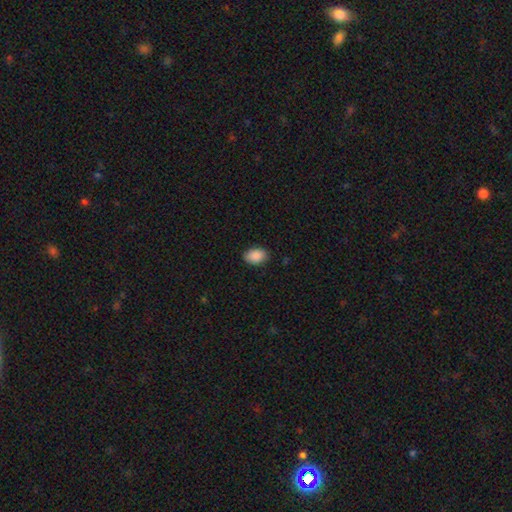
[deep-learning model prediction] Morphology: type=smooth (90%); roundness=in between (84%); merging=none (87%).